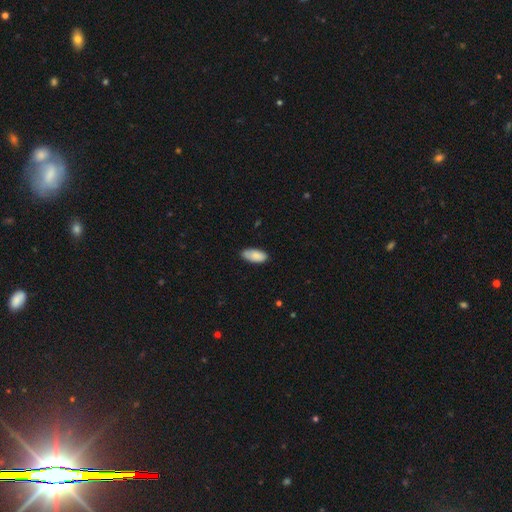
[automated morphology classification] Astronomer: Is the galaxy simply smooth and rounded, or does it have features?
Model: smooth — 85%.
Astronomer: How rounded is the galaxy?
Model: in between — 92%.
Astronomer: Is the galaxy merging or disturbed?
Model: none — 80%.